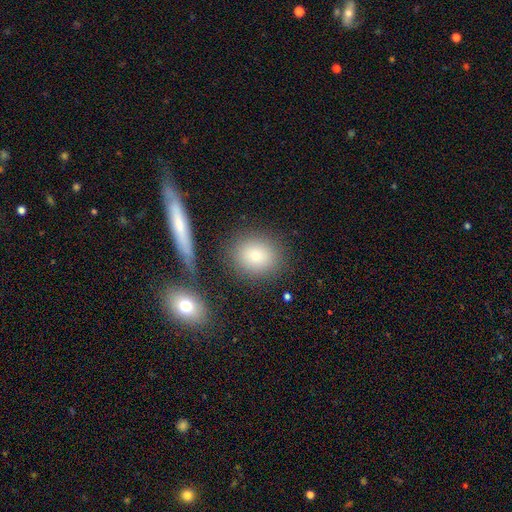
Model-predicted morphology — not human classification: This appears to be a smooth galaxy with no disk features (80%) that is round (67%). Merging: none (80%).